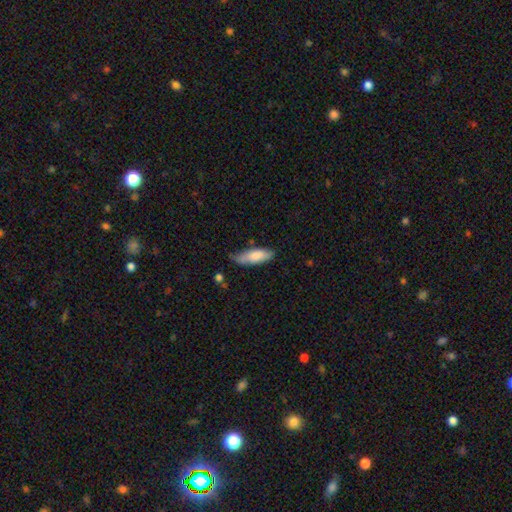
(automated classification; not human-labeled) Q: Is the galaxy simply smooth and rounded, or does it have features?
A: smooth — 79%.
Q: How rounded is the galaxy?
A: in between — 62%.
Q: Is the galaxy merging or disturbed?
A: none — 61%.